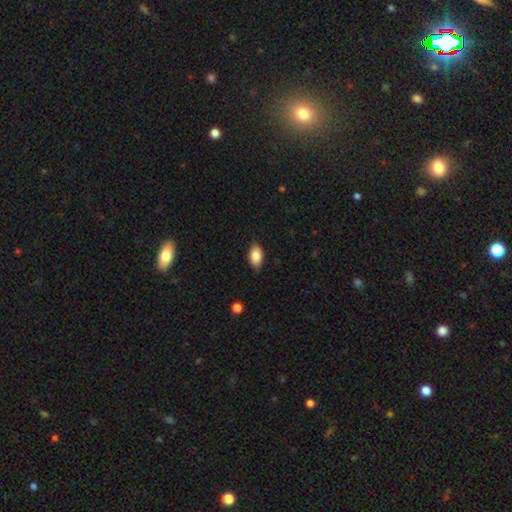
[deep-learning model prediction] Smooth or featured: smooth — 85% (featured or disk — 8%)
How rounded: in between — 91% (round — 7%)
Merging: none — 83% (minor disturbance — 14%)